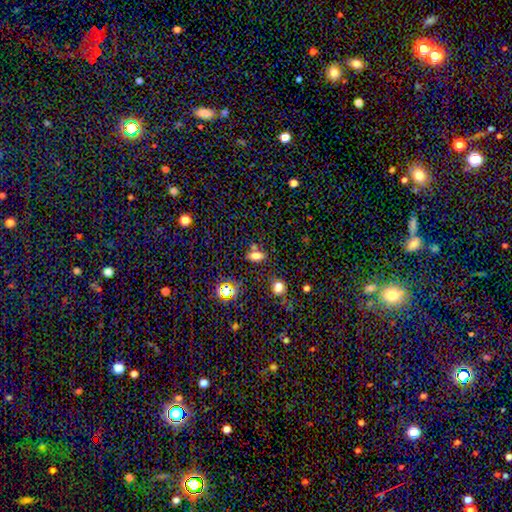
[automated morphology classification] Smooth or featured: smooth — 64% (star or artifact — 25%)
How rounded: in between — 74% (round — 14%)
Merging: none — 68% (merger — 14%)